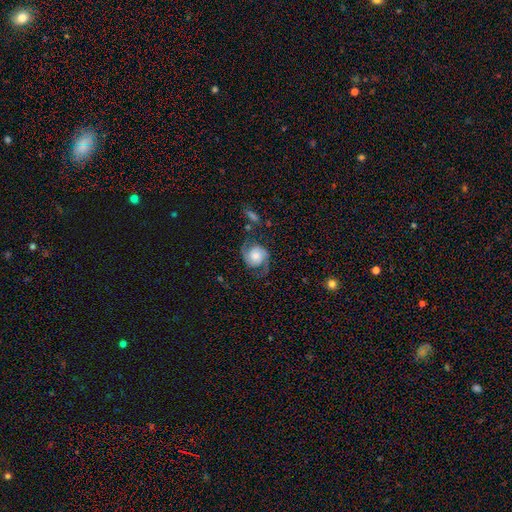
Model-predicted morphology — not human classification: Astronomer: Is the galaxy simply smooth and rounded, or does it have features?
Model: featured or disk — 82%.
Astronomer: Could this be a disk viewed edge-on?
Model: no — 98%.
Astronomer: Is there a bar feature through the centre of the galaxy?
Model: no — 74%.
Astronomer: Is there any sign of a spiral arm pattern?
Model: yes — 97%.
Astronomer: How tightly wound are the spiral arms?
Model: medium — 48% (runner-up: loose, 29%).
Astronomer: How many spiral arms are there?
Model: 2 — 93%.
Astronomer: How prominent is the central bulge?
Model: moderate — 43% (runner-up: small, 29%).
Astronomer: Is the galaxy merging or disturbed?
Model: none — 71%.